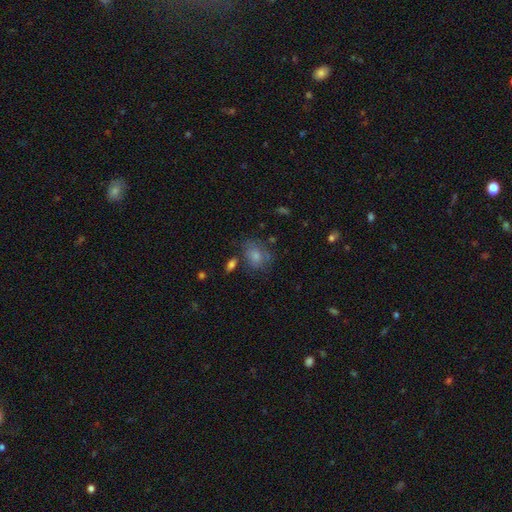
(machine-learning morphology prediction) The model was most divided on "how rounded": in between: 60%, round: 39%, cigar-shaped: 1%. More confident: smooth or featured — smooth (75%); merging — none (53%).